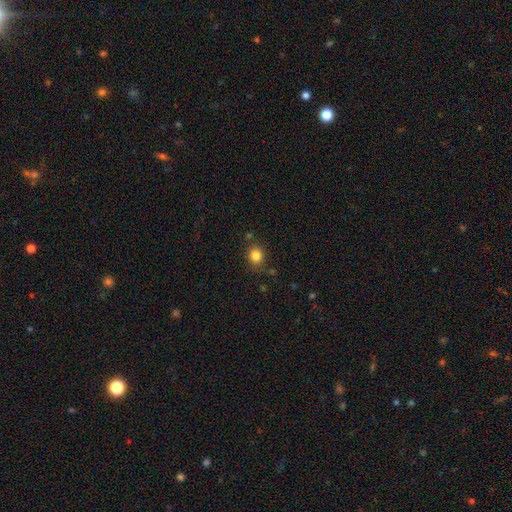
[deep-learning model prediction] A smooth galaxy with no disk features (84%) that is round (76%).

Vote fractions:
- Smooth or featured? smooth: 84% / star or artifact: 11% / featured or disk: 5%
- How rounded? round: 76% / in between: 23% / cigar-shaped: 1%
- Merging? none: 81% / minor disturbance: 12% / merger: 4% / major disturbance: 4%